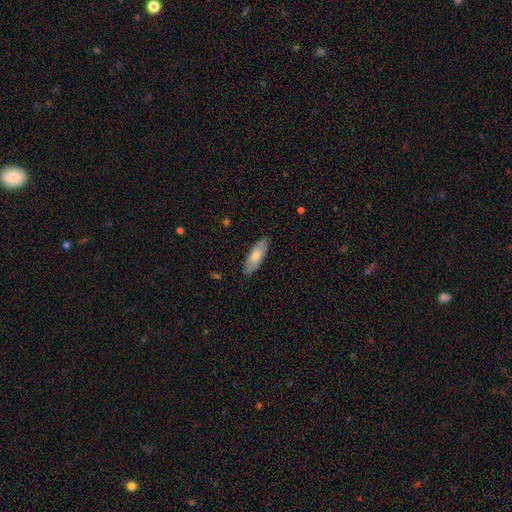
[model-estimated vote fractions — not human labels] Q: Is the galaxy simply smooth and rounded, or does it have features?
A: smooth — 70%.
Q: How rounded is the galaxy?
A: in between — 64%.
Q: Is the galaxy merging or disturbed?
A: none — 85%.